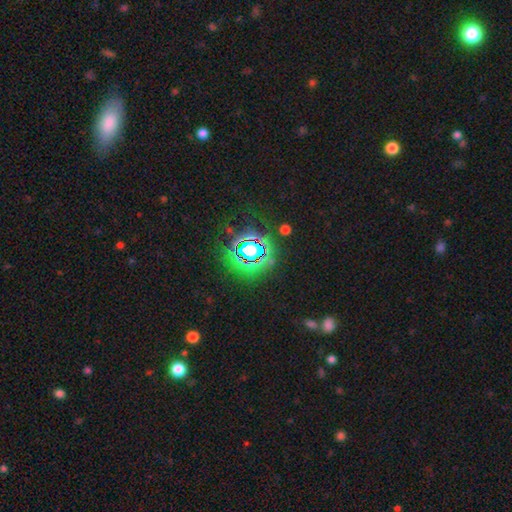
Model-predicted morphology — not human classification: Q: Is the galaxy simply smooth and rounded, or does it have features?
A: star or artifact — 79%.